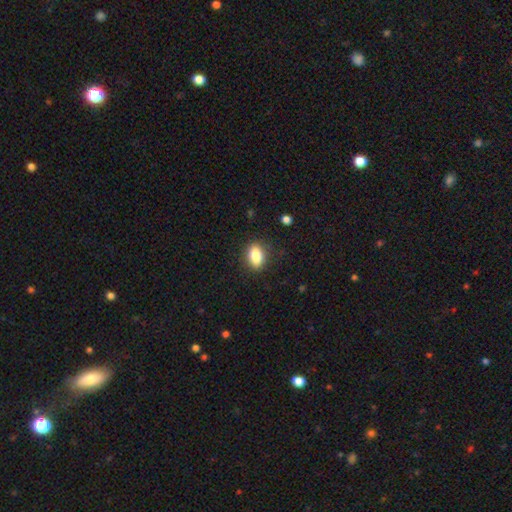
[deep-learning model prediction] This appears to be a smooth galaxy with no disk features (82%) that is in between round and cigar-shaped (82%). Merging: none (85%).